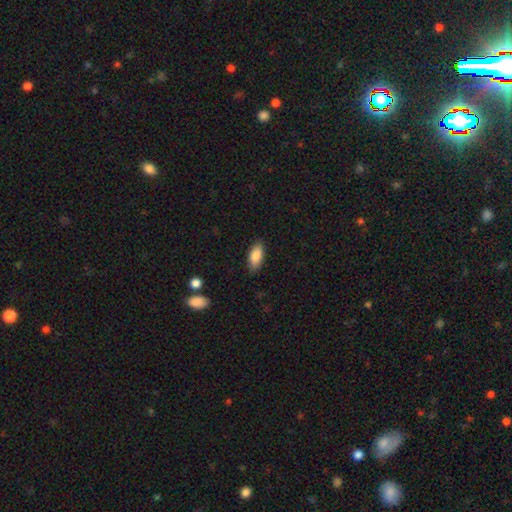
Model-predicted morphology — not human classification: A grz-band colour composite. It shows a smooth galaxy with no disk features (86%) that is in between round and cigar-shaped (85%). Merging: none (85%).